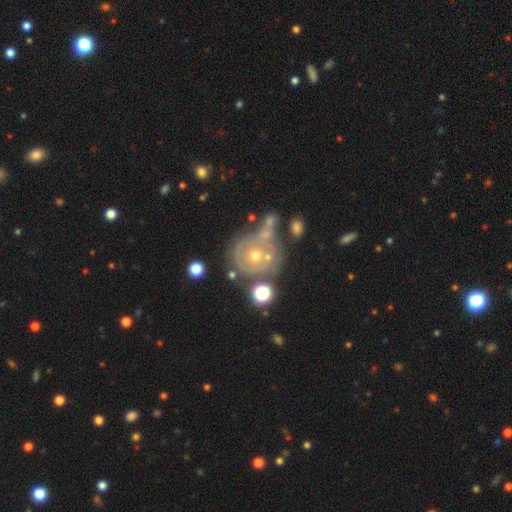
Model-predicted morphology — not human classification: Smooth or featured? featured or disk (74%)
Edge-on disk? no (97%)
Bar? no (86%)
Spiral arms? yes (72%)
Spiral winding? tight (73%)
Spiral arm count? can't tell (44%)
Bulge size? small (50%)
Merging? none (49%)